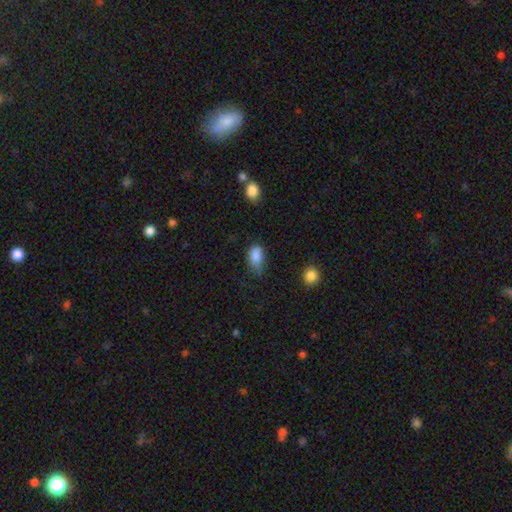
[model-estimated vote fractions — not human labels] Morphology: type=smooth (85%); roundness=in between (88%); merging=minor disturbance (42%, tied with none).